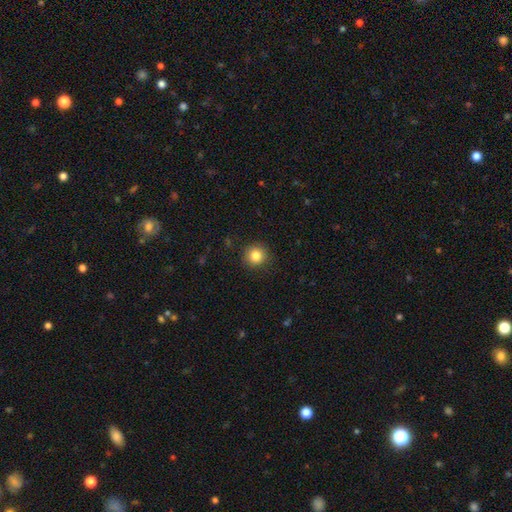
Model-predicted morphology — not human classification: smooth_or_featured: smooth (p=0.83) [alt: star or artifact p=0.11]
how_rounded: round (p=0.93) [alt: in between p=0.06]
merging: none (p=0.91) [alt: minor disturbance p=0.06]